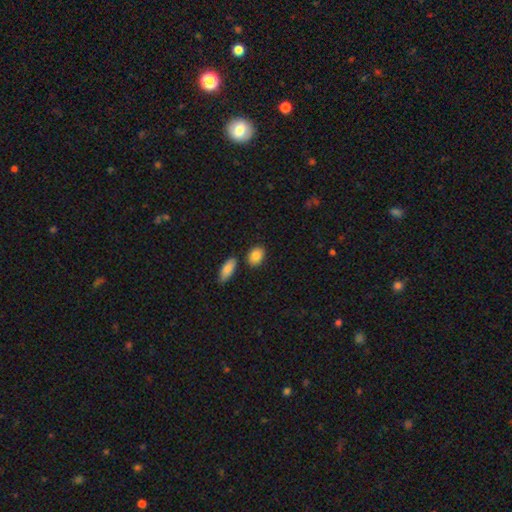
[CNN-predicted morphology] smooth 87%, star or artifact 7%, featured or disk 6%. Down the decision tree: how rounded — in between (72%); merging — none (80%).